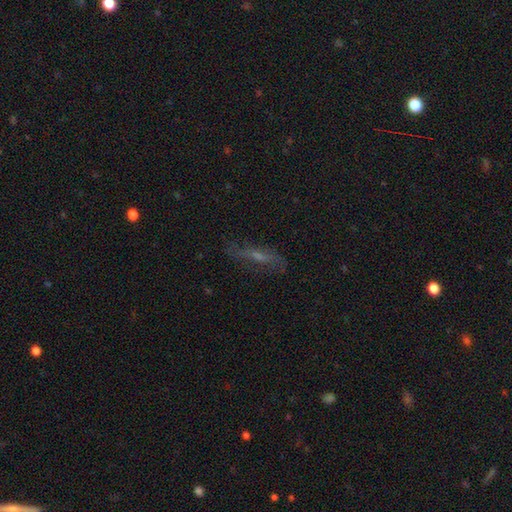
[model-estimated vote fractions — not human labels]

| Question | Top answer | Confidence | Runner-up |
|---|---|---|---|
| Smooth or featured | featured or disk | 53% | smooth (27%) |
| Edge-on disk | yes | 56% | no (44%) |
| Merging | none | 77% | minor disturbance (15%) |